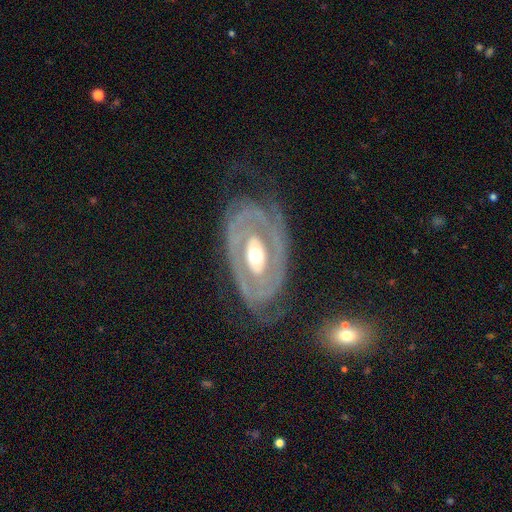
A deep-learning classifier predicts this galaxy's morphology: A featured or disk galaxy (77%) with no bar (72%), no spiral arms (55%) and a moderate central bulge (68%). Merging: none (68%).